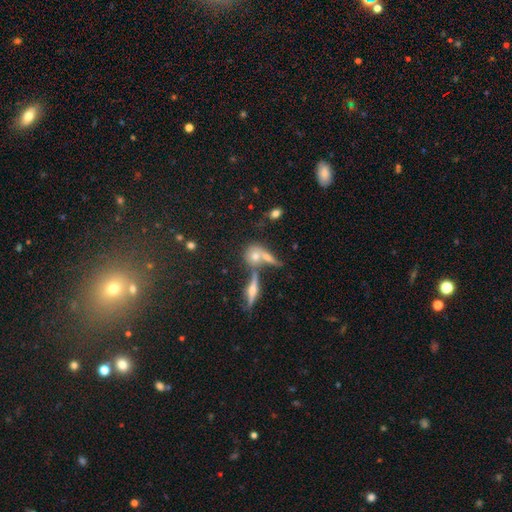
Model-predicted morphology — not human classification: Overall: smooth (54%; featured or disk 32%). How rounded: round (59%; in between 29%). Merging: none (48%; merger 36%).